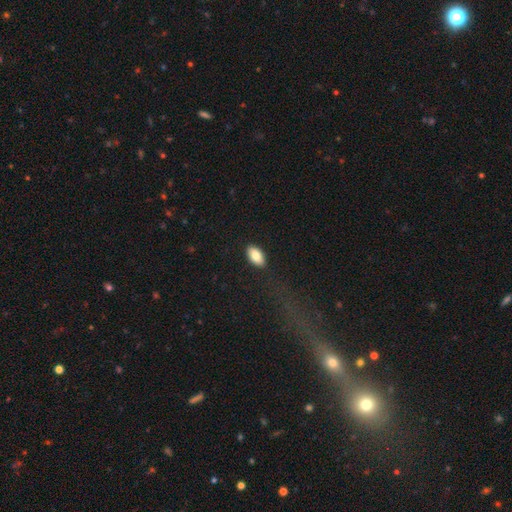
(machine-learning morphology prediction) Q: Smooth or featured?
A: smooth (84%); runner-up: featured or disk (9%)
Q: How rounded?
A: in between (94%); runner-up: round (3%)
Q: Merging?
A: none (87%); runner-up: minor disturbance (9%)